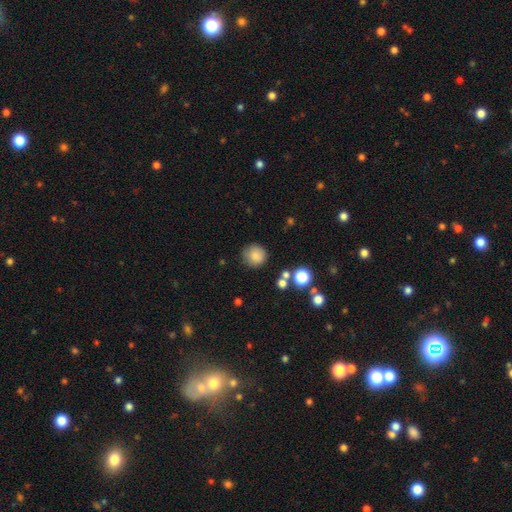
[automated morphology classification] Overall: smooth (83%). How rounded: round (93%). Merging: none (82%).